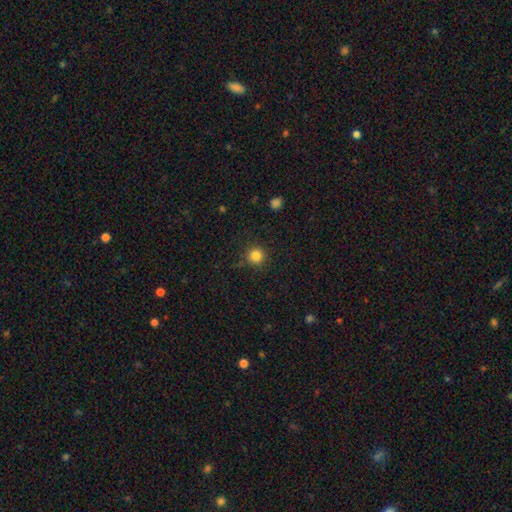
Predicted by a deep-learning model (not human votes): Overall: smooth (84%). How rounded: round (95%). Merging: none (89%).